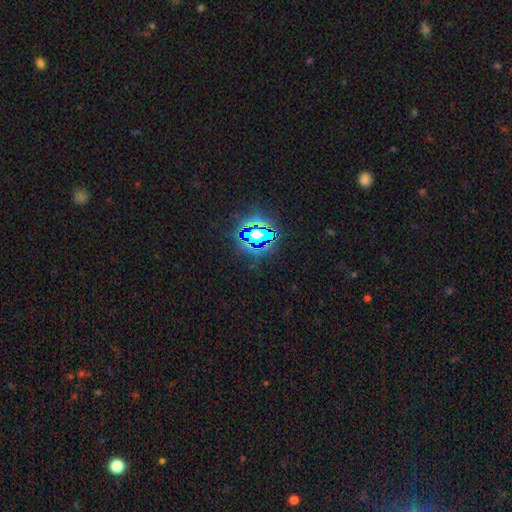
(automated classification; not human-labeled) Morphology: type=star or artifact (77%).